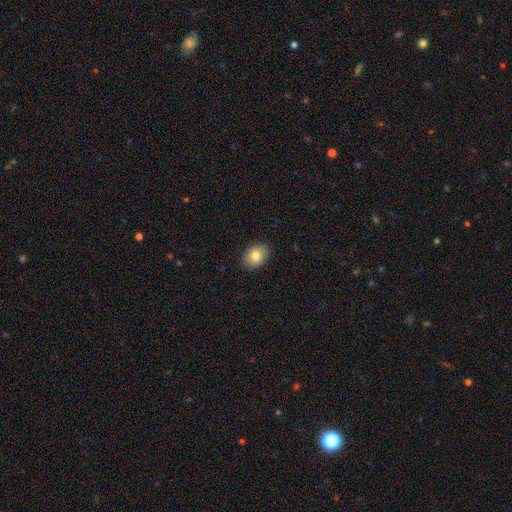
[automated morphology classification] This is clearly a smooth galaxy (81%). How rounded: likely in between (69%). Merging: clearly none (89%).